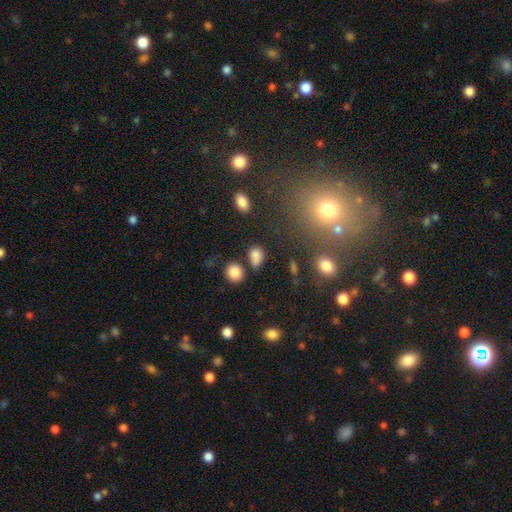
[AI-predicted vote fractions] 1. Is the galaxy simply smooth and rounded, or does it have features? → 82% smooth, 12% star or artifact, 6% featured or disk.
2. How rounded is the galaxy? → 58% in between, 40% round, 2% cigar-shaped.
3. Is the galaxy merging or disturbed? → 65% none, 15% minor disturbance, 14% merger, 6% major disturbance.